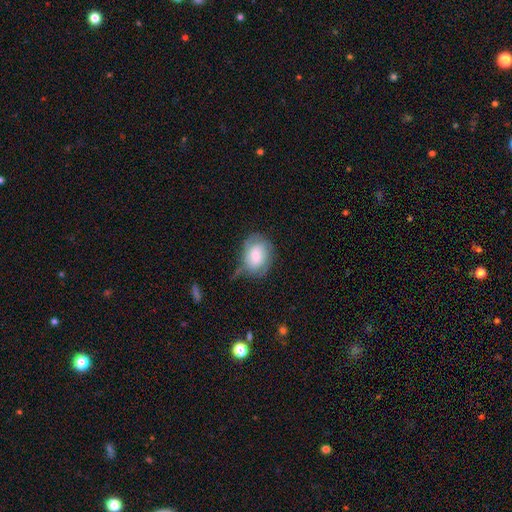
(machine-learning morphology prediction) The model was most divided on "merging": none: 45%, minor disturbance: 35%, major disturbance: 17%, merger: 3%. More confident: how rounded — in between (62%); smooth or featured — smooth (57%).